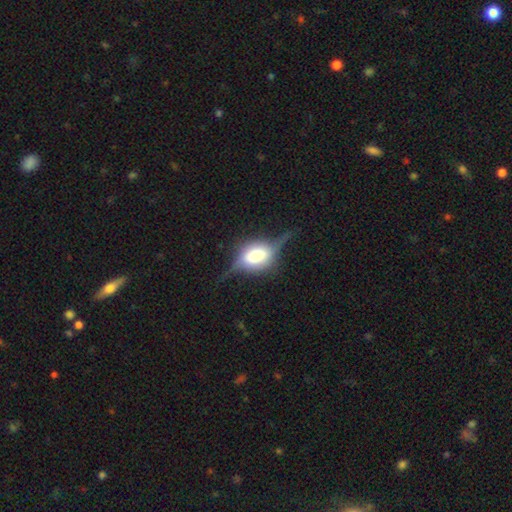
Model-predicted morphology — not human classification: A featured or disk galaxy (70%) viewed edge-on (89%) with a rounded central bulge (70%). Merging: none (59%).